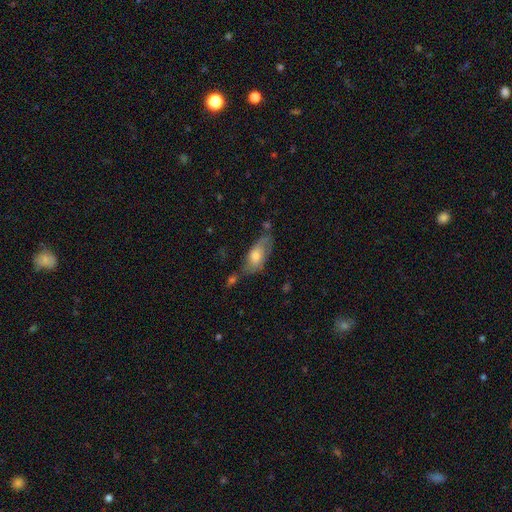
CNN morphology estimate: smooth_or_featured: smooth (p=0.59) [alt: featured or disk p=0.33]
how_rounded: in between (p=0.81) [alt: cigar-shaped p=0.15]
merging: none (p=0.48) [alt: minor disturbance p=0.28]